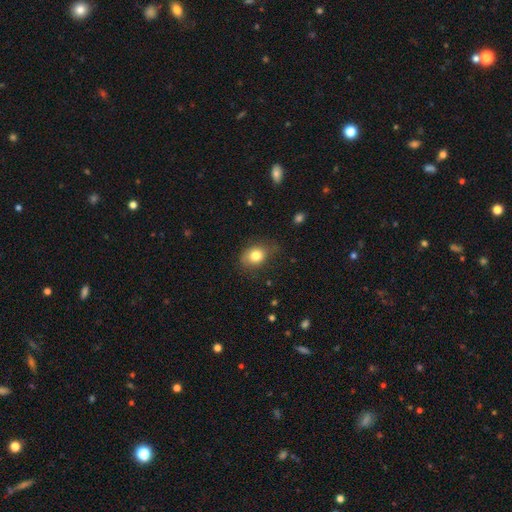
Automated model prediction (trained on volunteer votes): smooth_or_featured: smooth (p=0.79) [alt: featured or disk p=0.11]
how_rounded: in between (p=0.54) [alt: round p=0.45]
merging: none (p=0.66) [alt: minor disturbance p=0.25]